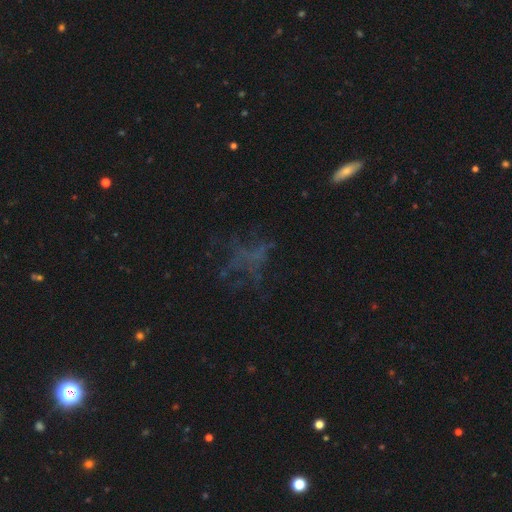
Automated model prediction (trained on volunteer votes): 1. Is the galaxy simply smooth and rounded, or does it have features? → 39% featured or disk, 34% star or artifact, 27% smooth.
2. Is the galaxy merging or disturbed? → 54% none, 27% major disturbance, 15% minor disturbance, 4% merger.